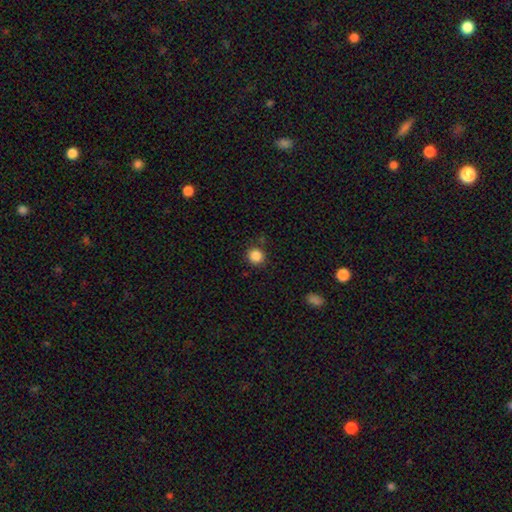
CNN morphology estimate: smooth 86%, star or artifact 10%, featured or disk 3%. Down the decision tree: how rounded — round (93%); merging — none (87%).